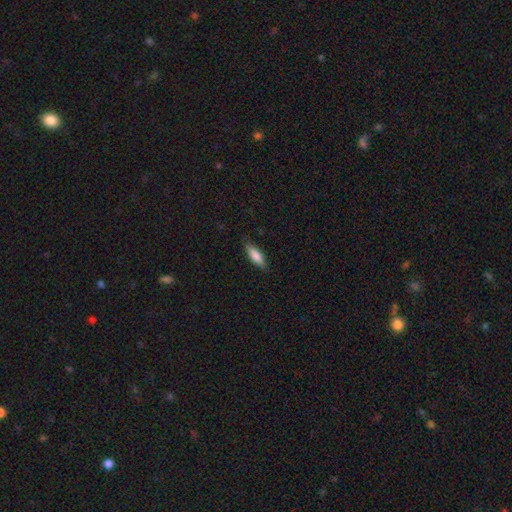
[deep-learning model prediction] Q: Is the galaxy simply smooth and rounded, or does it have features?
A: smooth — 81%.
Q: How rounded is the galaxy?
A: in between — 54%.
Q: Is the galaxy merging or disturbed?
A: none — 81%.